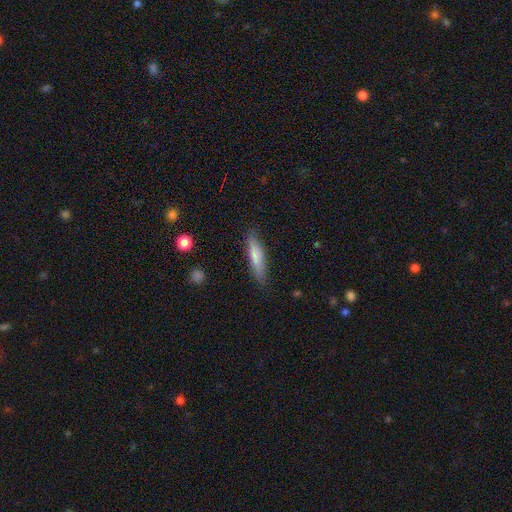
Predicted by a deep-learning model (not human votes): A smooth galaxy with no disk features (73%) that is cigar-shaped (82%).

Vote fractions:
- Smooth or featured? smooth: 73% / featured or disk: 21% / star or artifact: 6%
- How rounded? cigar-shaped: 82% / in between: 17% / round: 1%
- Merging? none: 85% / minor disturbance: 11% / major disturbance: 2% / merger: 1%